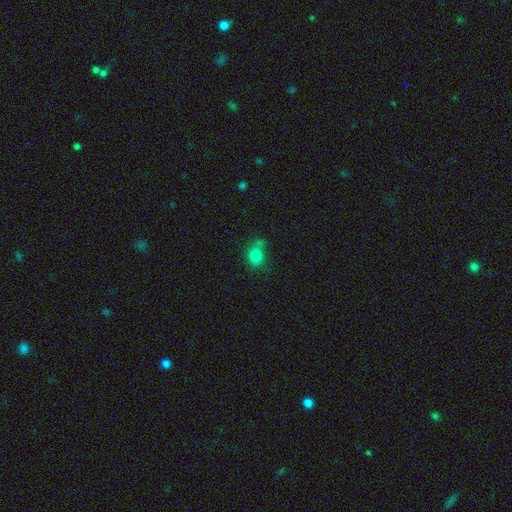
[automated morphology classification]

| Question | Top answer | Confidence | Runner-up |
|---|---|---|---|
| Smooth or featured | smooth | 79% | star or artifact (12%) |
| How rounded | round | 54% | in between (45%) |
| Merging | none | 47% | minor disturbance (26%) |